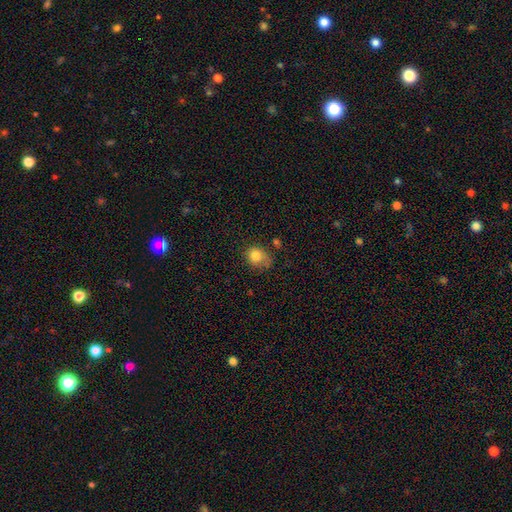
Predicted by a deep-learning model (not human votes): Smooth or featured?
  - smooth: 81% *
  - featured or disk: 10%
  - star or artifact: 9%
How rounded?
  - round: 55% *
  - in between: 44%
  - cigar-shaped: 1%
Merging?
  - none: 45% *
  - minor disturbance: 33%
  - major disturbance: 17%
  - merger: 5%